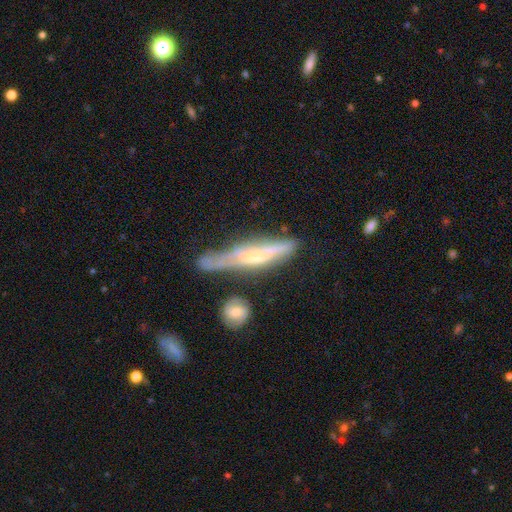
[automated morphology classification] Smooth or featured? Predicted: featured or disk (p=0.61). Edge-on disk? Predicted: yes (p=0.82). Edge-on bulge? Predicted: rounded (p=0.56). Merging? Predicted: none (p=0.45).